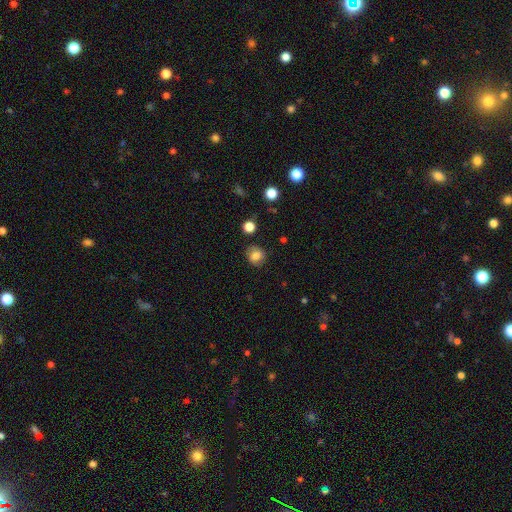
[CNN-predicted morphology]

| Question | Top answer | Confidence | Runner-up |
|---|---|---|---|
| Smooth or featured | smooth | 79% | star or artifact (11%) |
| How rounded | round | 74% | in between (25%) |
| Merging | none | 81% | minor disturbance (13%) |